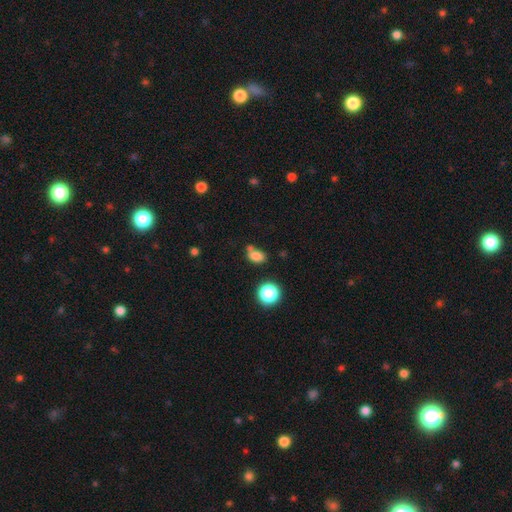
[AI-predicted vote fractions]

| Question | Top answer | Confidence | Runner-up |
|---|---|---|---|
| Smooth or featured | smooth | 79% | star or artifact (14%) |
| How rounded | in between | 74% | round (24%) |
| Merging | none | 52% | merger (24%) |